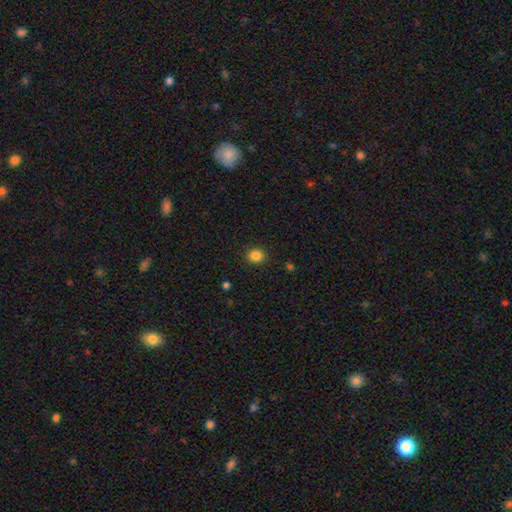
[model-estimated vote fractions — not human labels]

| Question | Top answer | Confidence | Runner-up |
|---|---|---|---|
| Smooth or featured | smooth | 85% | star or artifact (11%) |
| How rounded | round | 81% | in between (18%) |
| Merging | none | 91% | minor disturbance (6%) |